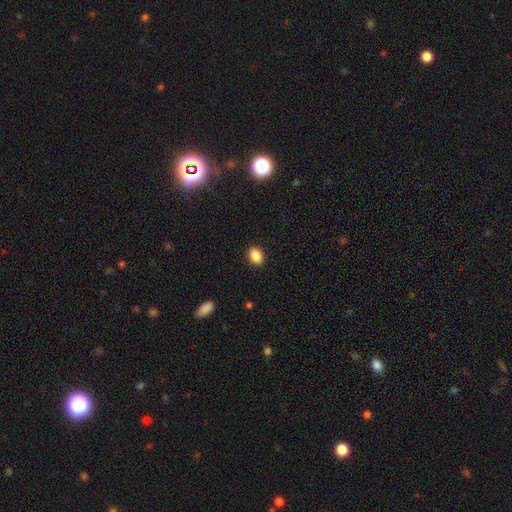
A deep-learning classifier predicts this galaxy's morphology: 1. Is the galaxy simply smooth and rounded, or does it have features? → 87% smooth, 9% star or artifact, 4% featured or disk.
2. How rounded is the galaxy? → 71% in between, 28% round, 1% cigar-shaped.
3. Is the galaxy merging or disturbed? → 90% none, 7% minor disturbance, 2% major disturbance, 1% merger.